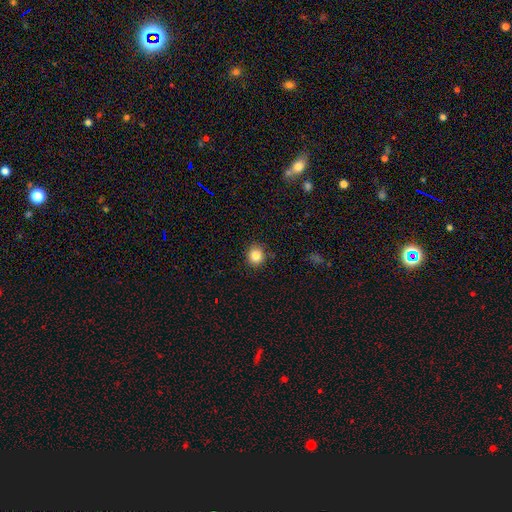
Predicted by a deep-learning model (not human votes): A smooth galaxy with no disk features (84%) that is round (85%). Merging: none (88%).